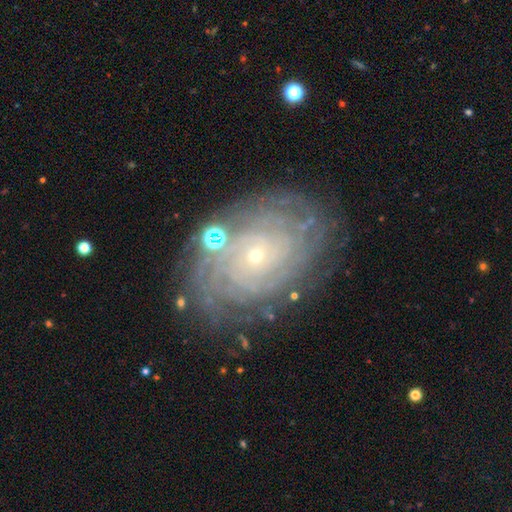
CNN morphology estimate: This appears to be a featured or disk galaxy (87%) with no bar (81%), more than 4 (31%) tight (86%) spiral arms (97%) and a small central bulge (83%). Merging: none (80%).